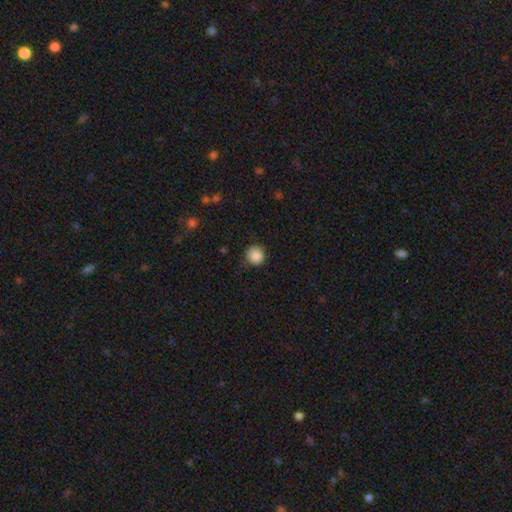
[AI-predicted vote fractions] Overall: smooth (88%). How rounded: round (90%). Merging: none (80%).